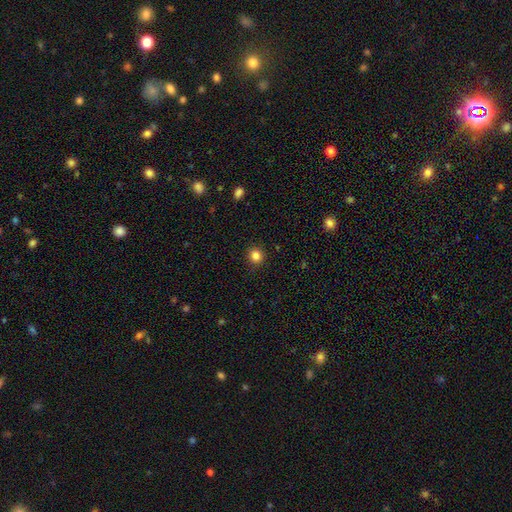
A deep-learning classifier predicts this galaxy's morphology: Smooth or featured? smooth (84%)
How rounded? round (90%)
Merging? none (91%)